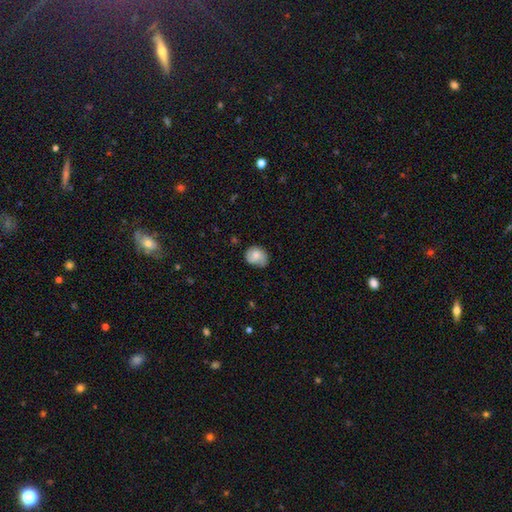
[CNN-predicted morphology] Smooth or featured? smooth (64%)
How rounded? round (58%)
Merging? none (54%)